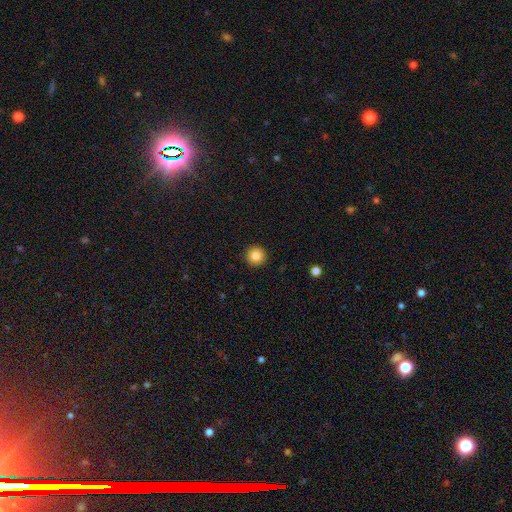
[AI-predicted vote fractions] smooth_or_featured: smooth (p=0.84) [alt: star or artifact p=0.10]
how_rounded: round (p=0.96) [alt: in between p=0.03]
merging: none (p=0.93) [alt: minor disturbance p=0.05]